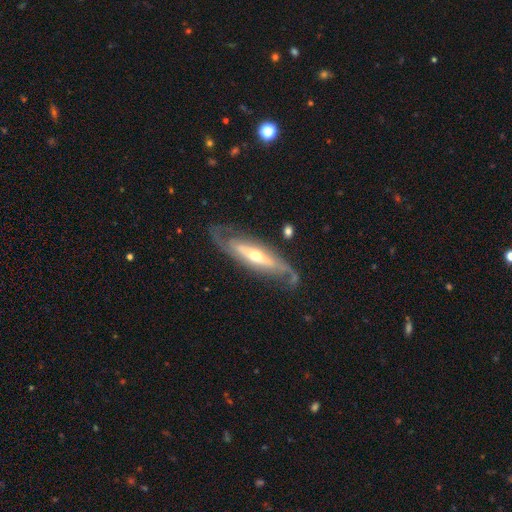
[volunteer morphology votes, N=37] A featured or disk galaxy (92%) with no bar (62%), 2 (70%) tight (57%) spiral arms (79%) and a moderate central bulge (52%). Merging: none (81%).